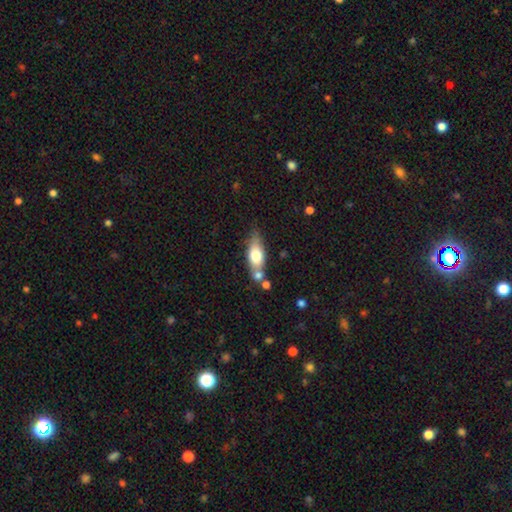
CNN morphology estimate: smooth-or-featured: smooth: 66% | featured or disk: 27% | star or artifact: 7%
  how-rounded: in between: 72% | cigar-shaped: 23% | round: 5%
  merging: none: 53% | merger: 23% | minor disturbance: 19% | major disturbance: 6%